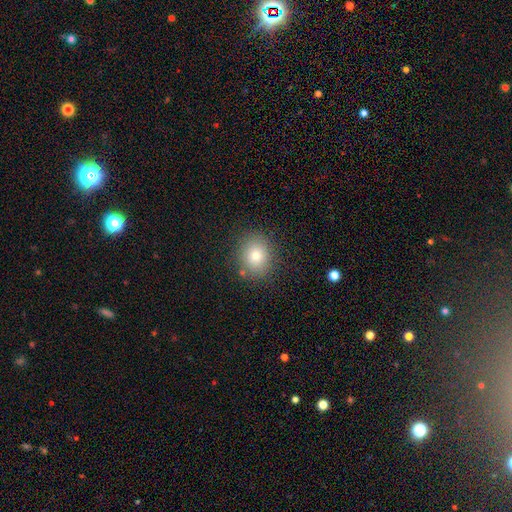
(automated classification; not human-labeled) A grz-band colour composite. It shows a smooth galaxy with no disk features (80%) that is round (69%). Merging: none (86%).